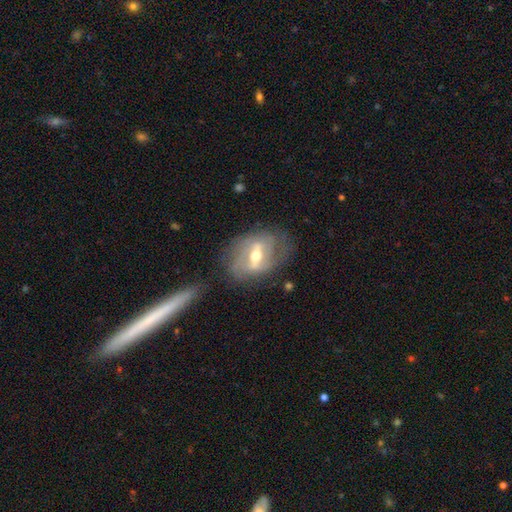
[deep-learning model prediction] smooth_or_featured: featured or disk (p=0.79) [alt: smooth p=0.15]
disk_edge_on: no (p=0.91) [alt: yes p=0.09]
bar: strong (p=0.56) [alt: weak p=0.34]
has_spiral_arms: yes (p=0.72) [alt: no p=0.28]
spiral_winding: medium (p=0.39) [alt: tight p=0.36]
spiral_arm_count: 2 (p=0.57) [alt: can't tell p=0.25]
bulge_size: moderate (p=0.72) [alt: small p=0.19]
merging: none (p=0.65) [alt: minor disturbance p=0.21]